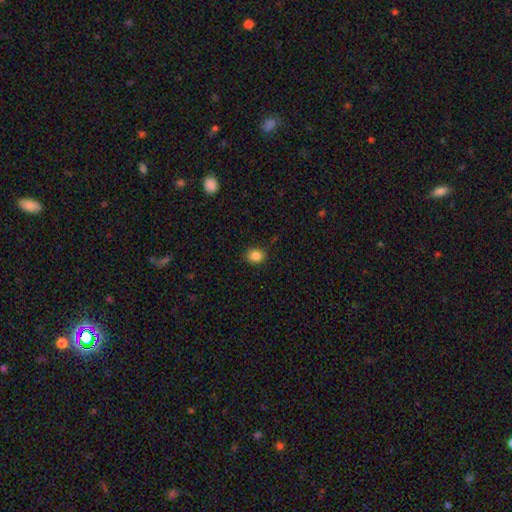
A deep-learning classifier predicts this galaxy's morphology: type=smooth (85%); roundness=round (67%); merging=none (88%).